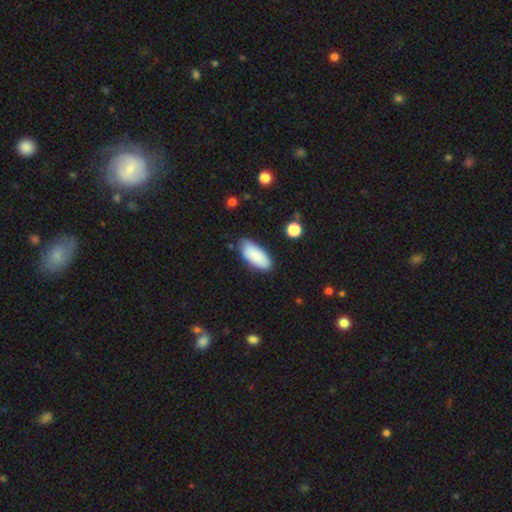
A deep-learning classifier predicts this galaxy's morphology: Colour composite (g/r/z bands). It shows a smooth galaxy with no disk features (84%) that is in between round and cigar-shaped (87%). Merging: none (77%).